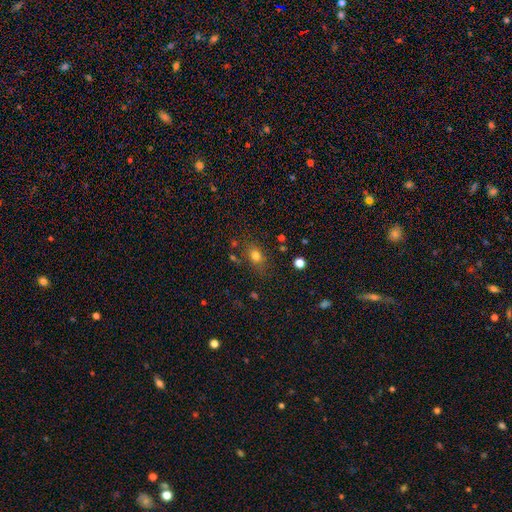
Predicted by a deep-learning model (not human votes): A smooth galaxy with no disk features (77%) that is in between round and cigar-shaped (60%).

Vote fractions:
- Smooth or featured? smooth: 77% / star or artifact: 14% / featured or disk: 9%
- How rounded? in between: 60% / round: 37% / cigar-shaped: 2%
- Merging? none: 73% / minor disturbance: 16% / major disturbance: 6% / merger: 5%